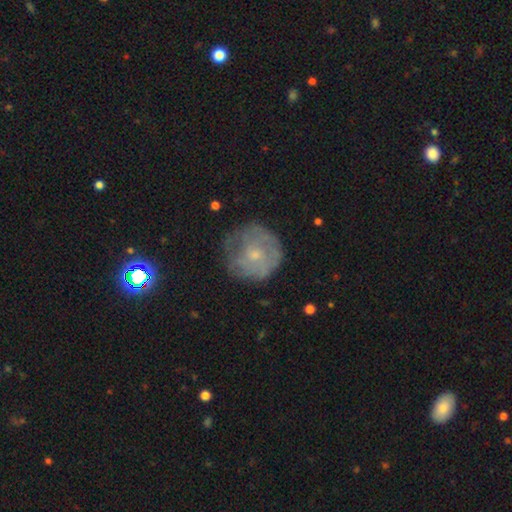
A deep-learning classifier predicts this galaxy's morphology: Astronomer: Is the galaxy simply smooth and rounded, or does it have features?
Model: featured or disk — 46% (runner-up: smooth, 43%).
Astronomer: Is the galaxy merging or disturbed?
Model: none — 66%.